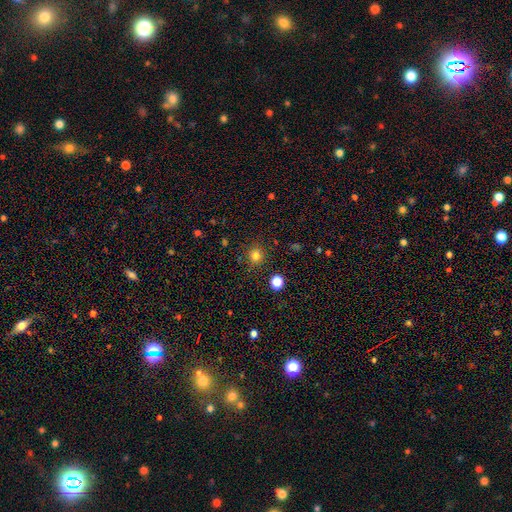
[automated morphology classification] A smooth galaxy with no disk features (81%) that is round (91%). Merging: none (88%).